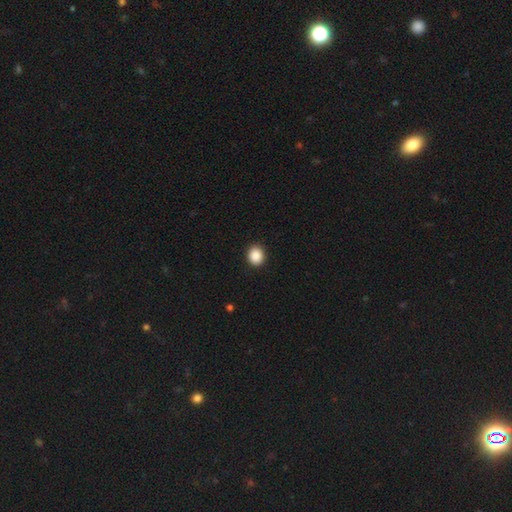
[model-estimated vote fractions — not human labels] A smooth galaxy with no disk features (89%) that is round (70%).

Vote fractions:
- Smooth or featured? smooth: 89% / star or artifact: 9% / featured or disk: 3%
- How rounded? round: 70% / in between: 29% / cigar-shaped: 1%
- Merging? none: 92% / minor disturbance: 6% / major disturbance: 2% / merger: 1%